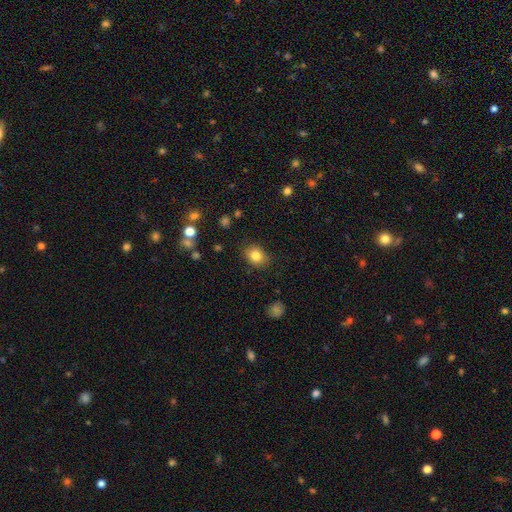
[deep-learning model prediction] Morphology: type=smooth (82%); roundness=in between (53%); merging=none (84%).